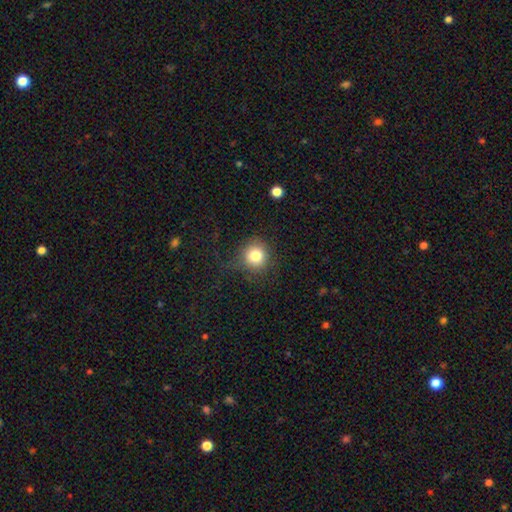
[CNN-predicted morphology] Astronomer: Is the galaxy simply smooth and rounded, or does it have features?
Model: smooth — 81%.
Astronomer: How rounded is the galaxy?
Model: round — 90%.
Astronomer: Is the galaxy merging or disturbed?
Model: none — 76%.